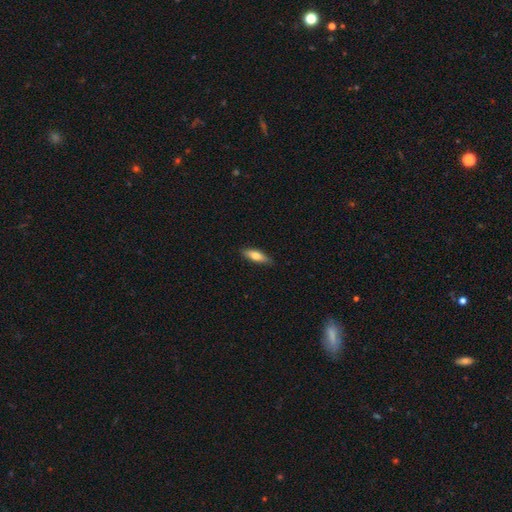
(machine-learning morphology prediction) A smooth galaxy with no disk features (67%) that is in between round and cigar-shaped (50%). Merging: none (86%).